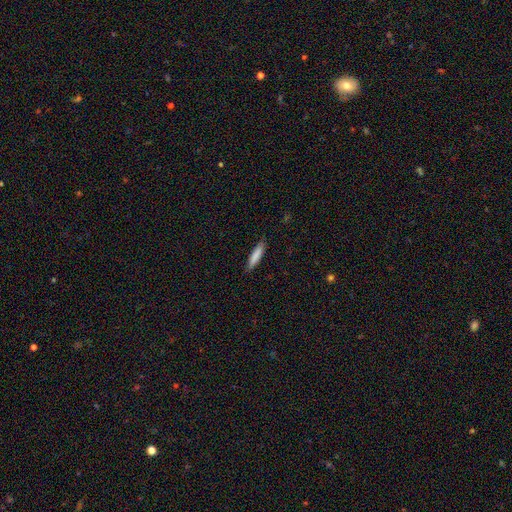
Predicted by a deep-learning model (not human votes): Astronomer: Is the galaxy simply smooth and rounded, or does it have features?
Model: smooth — 84%.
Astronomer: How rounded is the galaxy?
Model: cigar-shaped — 81%.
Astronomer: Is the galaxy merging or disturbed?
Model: none — 86%.